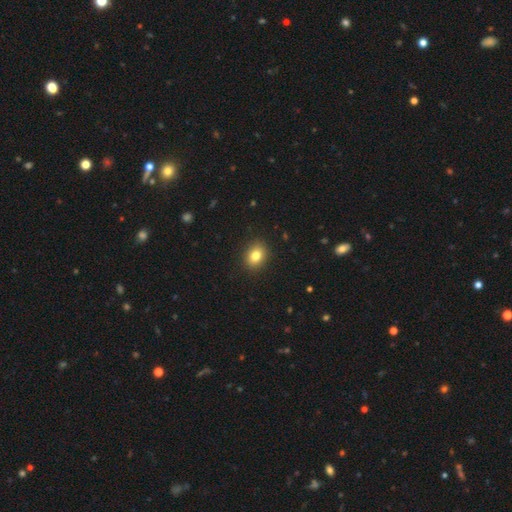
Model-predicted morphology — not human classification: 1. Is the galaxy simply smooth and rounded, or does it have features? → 81% smooth, 11% star or artifact, 8% featured or disk.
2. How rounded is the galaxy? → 53% in between, 46% round, 1% cigar-shaped.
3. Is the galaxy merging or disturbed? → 90% none, 7% minor disturbance, 2% major disturbance, 1% merger.